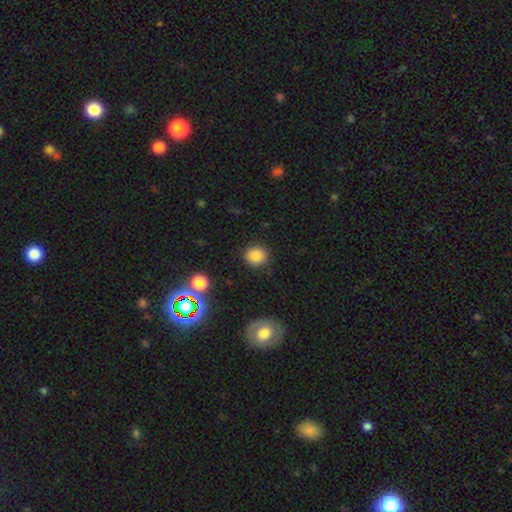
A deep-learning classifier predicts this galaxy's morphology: The model was most divided on "how rounded": round: 84%, in between: 15%, cigar-shaped: 1%. More confident: merging — none (89%); smooth or featured — smooth (83%).